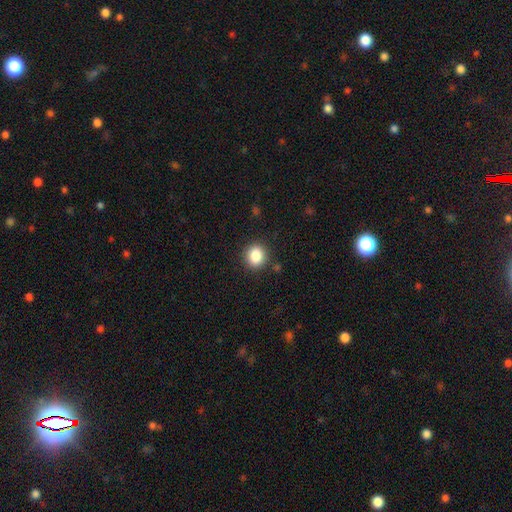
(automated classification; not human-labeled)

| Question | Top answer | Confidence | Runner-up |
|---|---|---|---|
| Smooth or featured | smooth | 85% | star or artifact (10%) |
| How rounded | round | 76% | in between (23%) |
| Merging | none | 89% | minor disturbance (7%) |